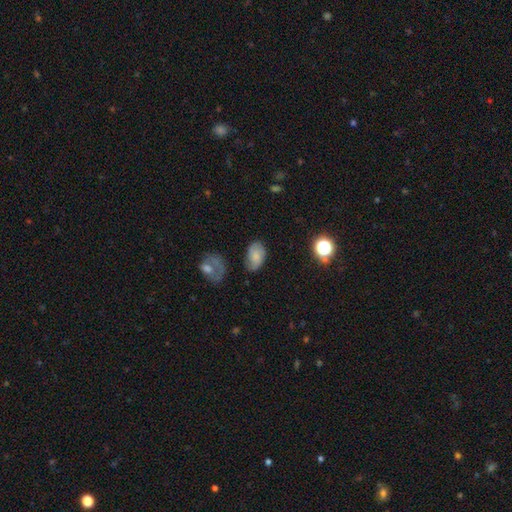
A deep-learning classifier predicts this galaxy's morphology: smooth 54%, featured or disk 36%, star or artifact 10%. Down the decision tree: how rounded — in between (87%); merging — none (65%).